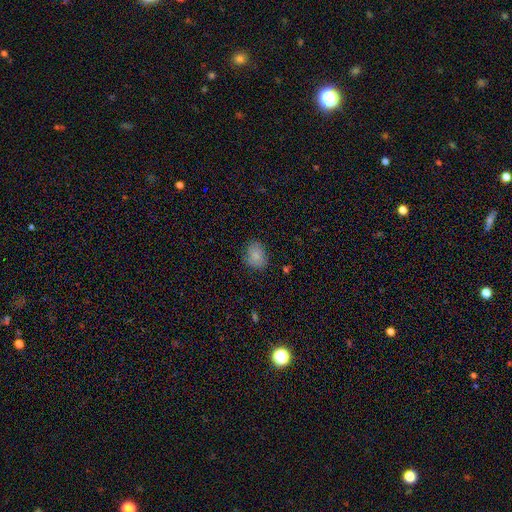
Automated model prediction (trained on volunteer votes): Smooth or featured? Predicted: smooth (p=0.83). How rounded? Predicted: in between (p=0.54). Merging? Predicted: none (p=0.76).